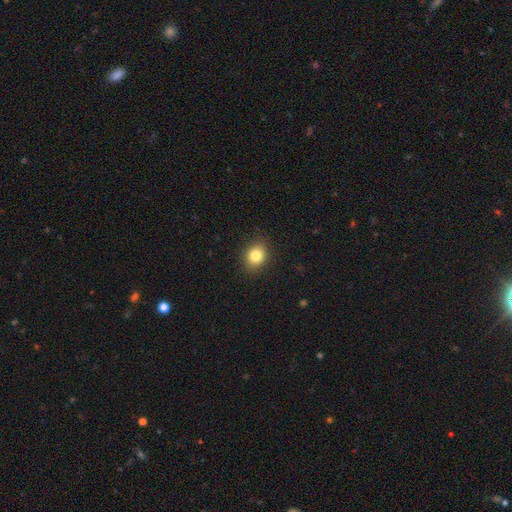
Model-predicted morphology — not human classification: A smooth galaxy with no disk features (83%) that is round (60%). Merging: none (89%).